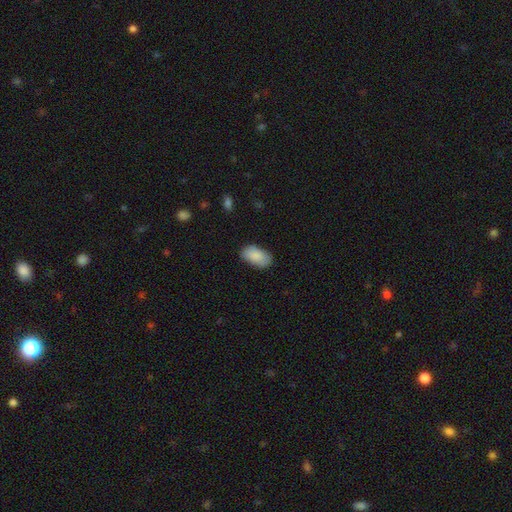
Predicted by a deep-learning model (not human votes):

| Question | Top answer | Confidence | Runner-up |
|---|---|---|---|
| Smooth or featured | smooth | 87% | featured or disk (7%) |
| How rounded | in between | 94% | round (4%) |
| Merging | none | 77% | minor disturbance (18%) |